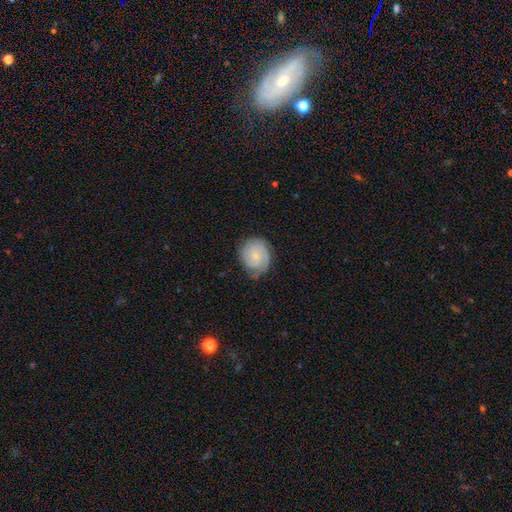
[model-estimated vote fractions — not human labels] Smooth or featured? Predicted: featured or disk (p=0.78). Edge-on disk? Predicted: no (p=0.98). Bar? Predicted: no (p=0.77). Spiral arms? Predicted: yes (p=0.96). Spiral winding? Predicted: tight (p=0.76). Spiral arm count? Predicted: 2 (p=0.39). Bulge size? Predicted: small (p=0.76). Merging? Predicted: none (p=0.74).